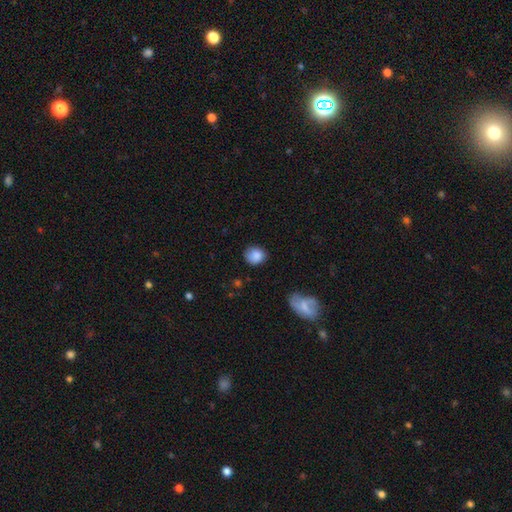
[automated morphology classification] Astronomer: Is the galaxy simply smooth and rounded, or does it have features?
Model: smooth — 86%.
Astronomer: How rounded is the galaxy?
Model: round — 77%.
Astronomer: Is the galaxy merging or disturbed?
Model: none — 76%.